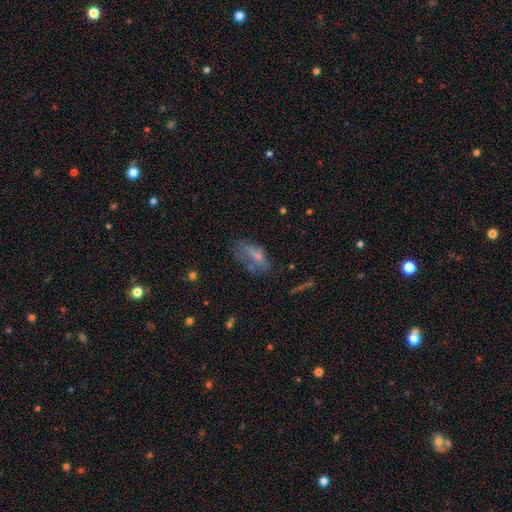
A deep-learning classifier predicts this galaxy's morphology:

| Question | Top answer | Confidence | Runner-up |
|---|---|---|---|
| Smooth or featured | smooth | 56% | featured or disk (32%) |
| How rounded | in between | 83% | cigar-shaped (11%) |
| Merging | none | 37% | major disturbance (29%) |